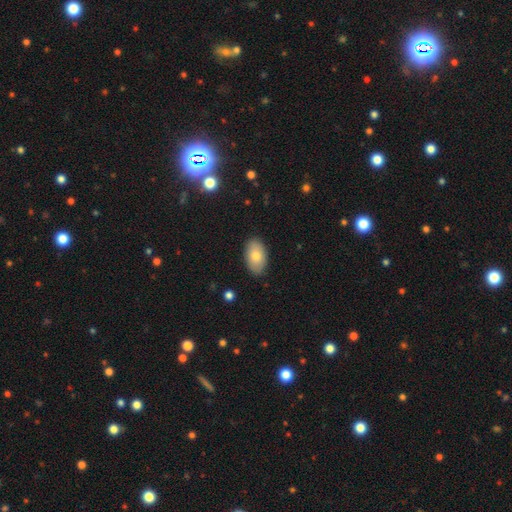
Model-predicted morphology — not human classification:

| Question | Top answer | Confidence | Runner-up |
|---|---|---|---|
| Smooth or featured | smooth | 77% | featured or disk (16%) |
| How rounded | in between | 94% | round (5%) |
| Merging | none | 87% | minor disturbance (10%) |